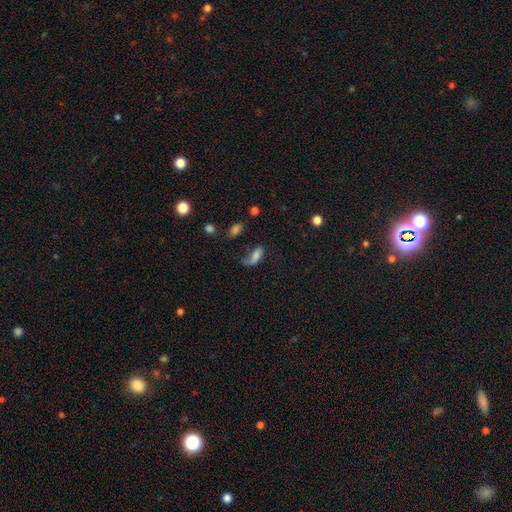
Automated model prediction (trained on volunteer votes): Morphology: type=smooth (70%); roundness=in between (81%); merging=major disturbance (35%).